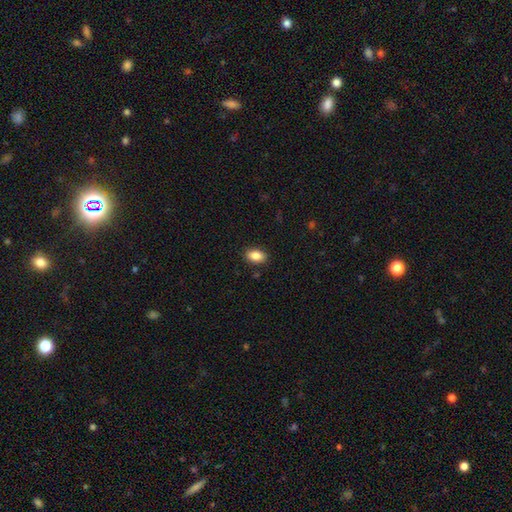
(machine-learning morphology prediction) This appears to be a smooth galaxy with no disk features (86%) that is in between round and cigar-shaped (89%). Merging: none (89%).